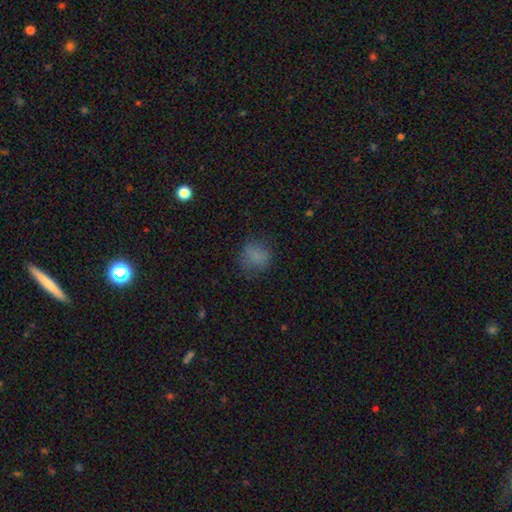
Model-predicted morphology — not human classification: The model was most divided on "merging": none: 70%, minor disturbance: 19%, major disturbance: 9%, merger: 1%. More confident: how rounded — round (77%); smooth or featured — smooth (76%).